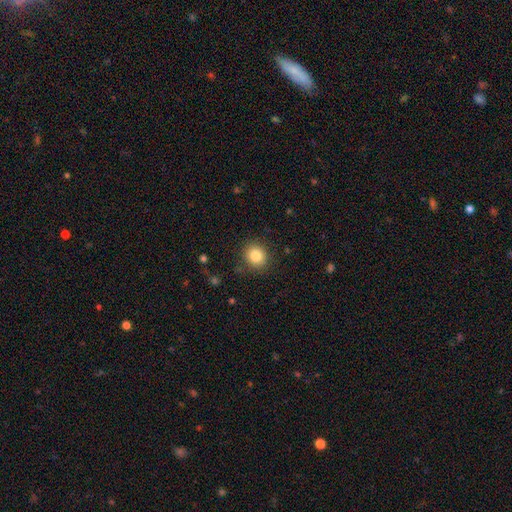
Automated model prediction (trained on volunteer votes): smooth_or_featured: smooth (p=0.83) [alt: star or artifact p=0.10]
how_rounded: round (p=0.80) [alt: in between p=0.19]
merging: none (p=0.87) [alt: minor disturbance p=0.09]